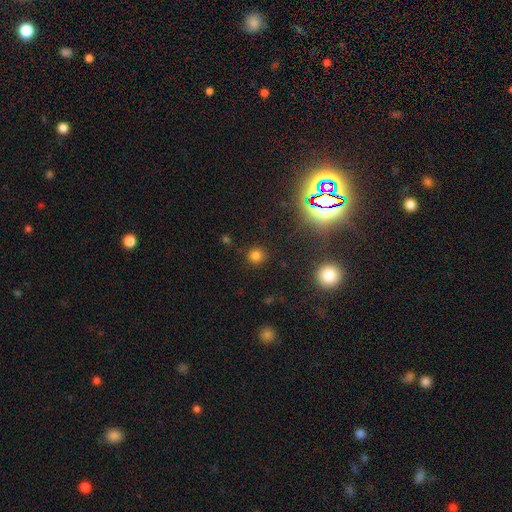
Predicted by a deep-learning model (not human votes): Smooth or featured? smooth (76%)
How rounded? round (91%)
Merging? none (87%)